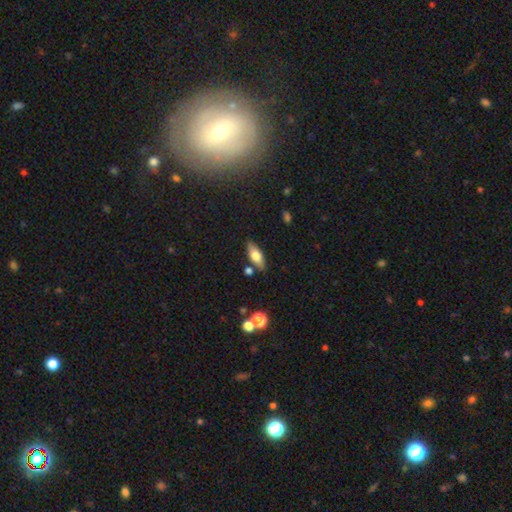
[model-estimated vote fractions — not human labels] The model was most divided on "smooth or featured": smooth: 63%, featured or disk: 29%, star or artifact: 7%. More confident: merging — none (81%); how rounded — in between (74%).